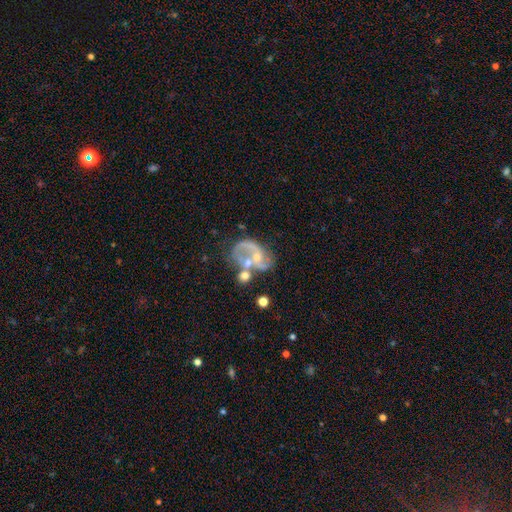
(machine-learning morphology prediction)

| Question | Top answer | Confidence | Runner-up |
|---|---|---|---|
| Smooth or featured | featured or disk | 79% | smooth (13%) |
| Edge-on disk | no | 98% | yes (2%) |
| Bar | no | 52% | weak (35%) |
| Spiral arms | yes | 84% | no (16%) |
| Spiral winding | loose | 45% | medium (43%) |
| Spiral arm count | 2 | 76% | 1 (12%) |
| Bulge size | small | 54% | moderate (36%) |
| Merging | none | 34% | merger (29%) |